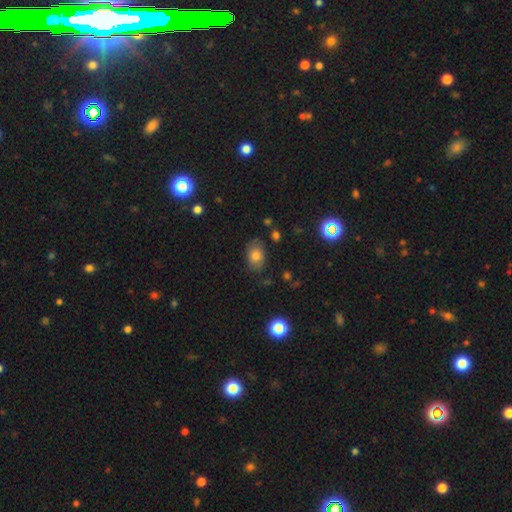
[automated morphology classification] This appears to be a smooth galaxy with no disk features (76%) that is in between round and cigar-shaped (82%). Merging: none (75%).